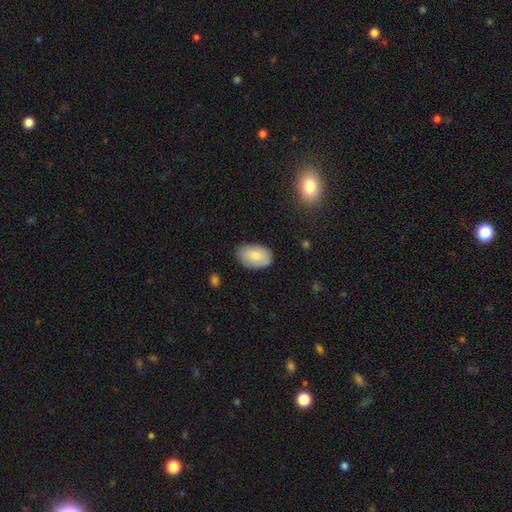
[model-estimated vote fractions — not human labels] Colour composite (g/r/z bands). It shows a smooth galaxy with no disk features (80%) that is in between round and cigar-shaped (90%). Merging: none (80%).